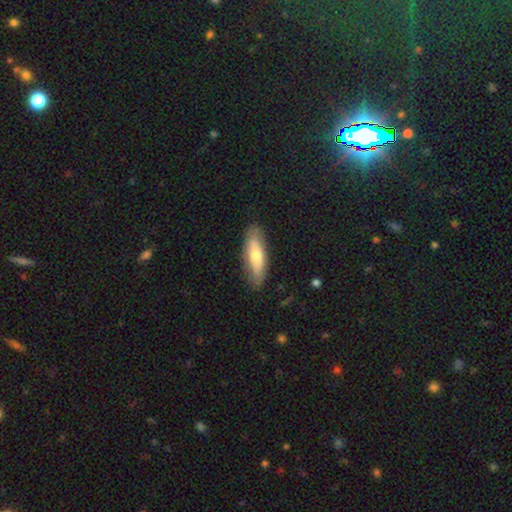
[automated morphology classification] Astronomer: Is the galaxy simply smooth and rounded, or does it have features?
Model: smooth — 60%.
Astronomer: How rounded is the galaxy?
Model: in between — 51% (runner-up: cigar-shaped, 47%).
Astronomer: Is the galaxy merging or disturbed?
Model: none — 84%.